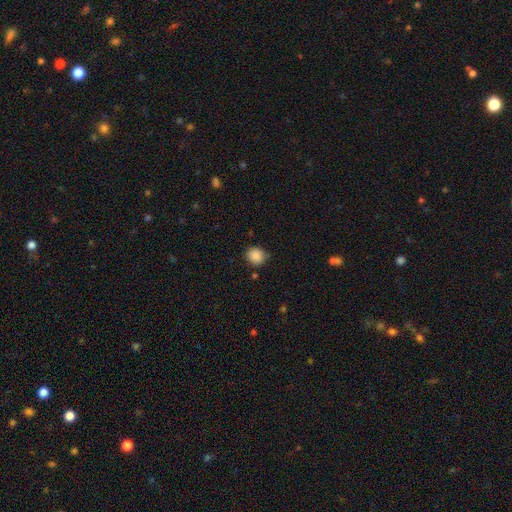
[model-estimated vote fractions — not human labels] Smooth or featured?
  - smooth: 87% *
  - star or artifact: 9%
  - featured or disk: 3%
How rounded?
  - round: 82% *
  - in between: 17%
  - cigar-shaped: 1%
Merging?
  - none: 81% *
  - minor disturbance: 14%
  - major disturbance: 3%
  - merger: 2%